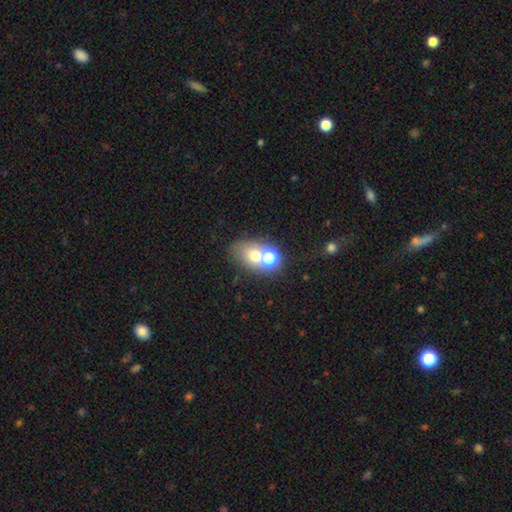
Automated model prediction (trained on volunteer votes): smooth 60%, star or artifact 23%, featured or disk 18%. Down the decision tree: how rounded — in between (50%); merging — none (46%).